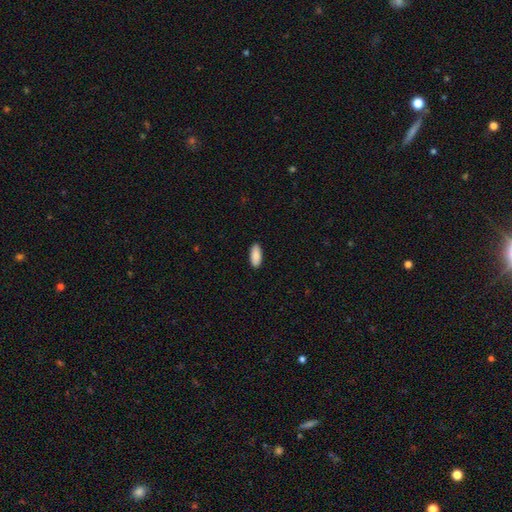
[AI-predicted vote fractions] The model was most divided on "how rounded": in between: 84%, cigar-shaped: 14%, round: 2%. More confident: smooth or featured — smooth (91%); merging — none (90%).